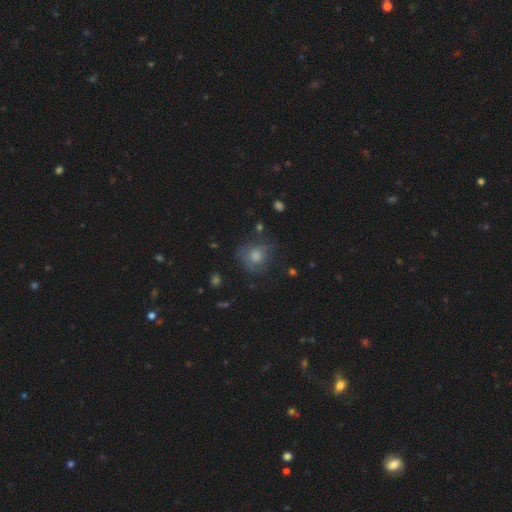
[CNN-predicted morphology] Q: Smooth or featured?
A: smooth (63%); runner-up: featured or disk (21%)
Q: How rounded?
A: round (80%); runner-up: in between (19%)
Q: Merging?
A: none (64%); runner-up: minor disturbance (22%)